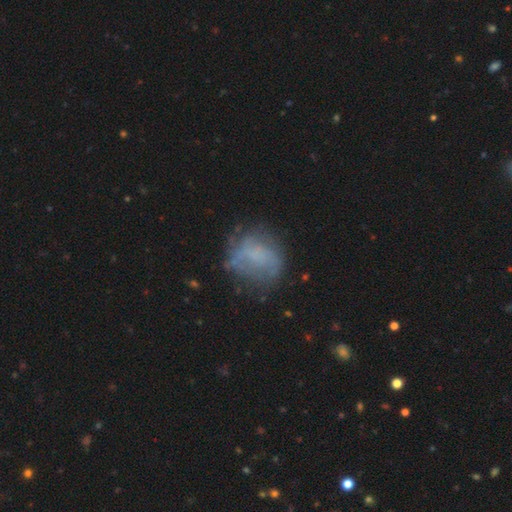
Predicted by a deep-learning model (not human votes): This appears to be a smooth galaxy with no disk features (46%). Merging: none (52%).